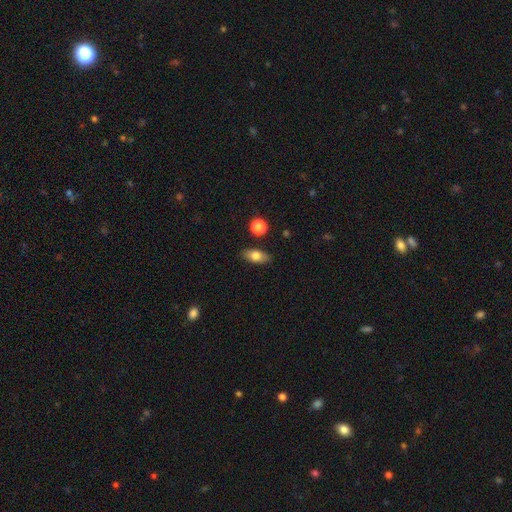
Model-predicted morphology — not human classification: A smooth galaxy with no disk features (75%) that is in between round and cigar-shaped (81%). Merging: none (84%).